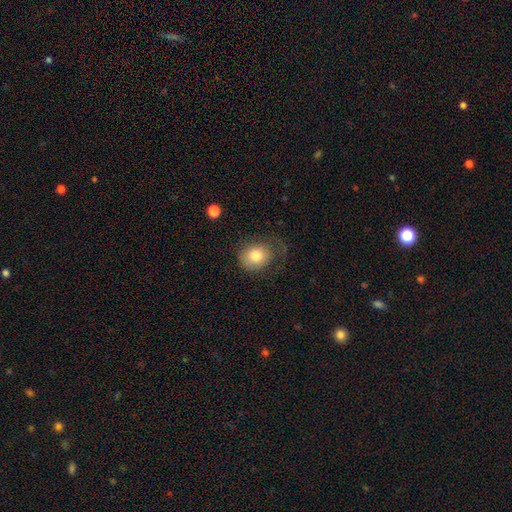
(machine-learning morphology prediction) Smooth or featured?
  - smooth: 78% *
  - featured or disk: 14%
  - star or artifact: 9%
How rounded?
  - round: 62% *
  - in between: 37%
  - cigar-shaped: 1%
Merging?
  - none: 57% *
  - minor disturbance: 23%
  - major disturbance: 18%
  - merger: 2%